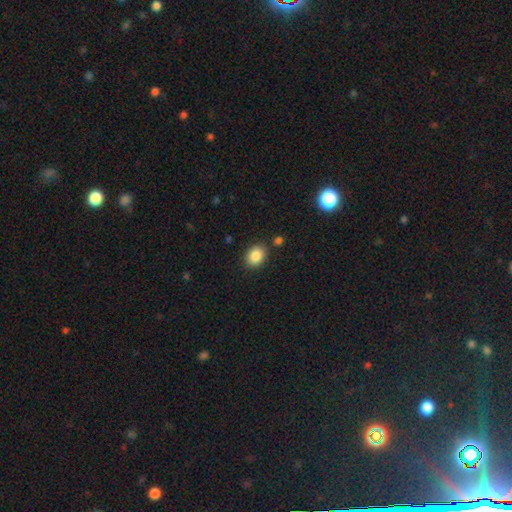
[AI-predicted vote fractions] smooth_or_featured: smooth (p=0.87) [alt: star or artifact p=0.08]
how_rounded: in between (p=0.55) [alt: round p=0.44]
merging: none (p=0.85) [alt: minor disturbance p=0.09]